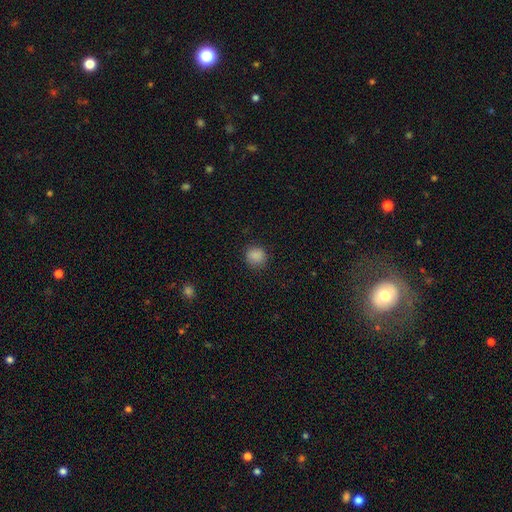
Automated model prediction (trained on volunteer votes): Overall: smooth (86%). How rounded: round (85%). Merging: none (86%).